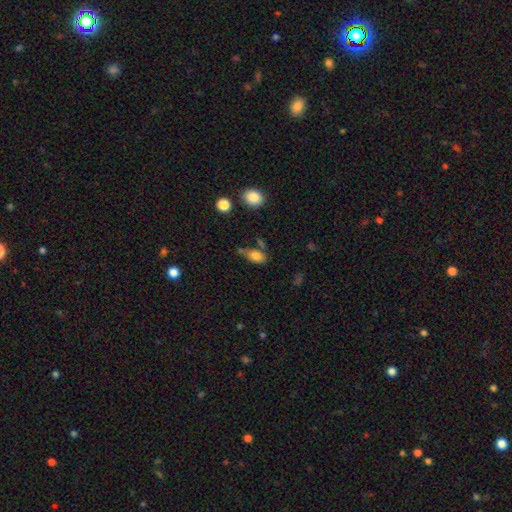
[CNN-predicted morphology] type=smooth (80%); roundness=in between (85%); merging=none (50%).